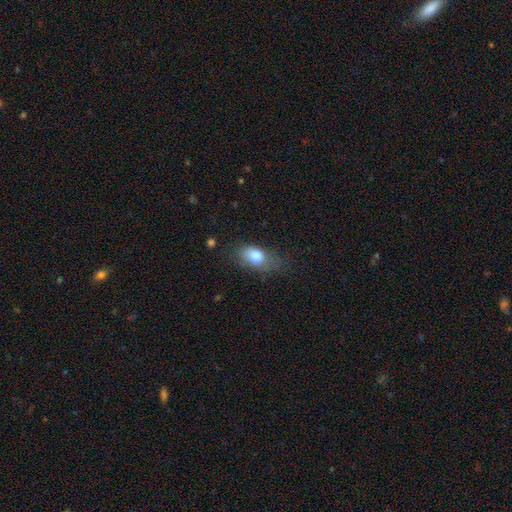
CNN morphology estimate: Smooth or featured? Predicted: smooth (p=0.80). How rounded? Predicted: in between (p=0.84). Merging? Predicted: none (p=0.52).